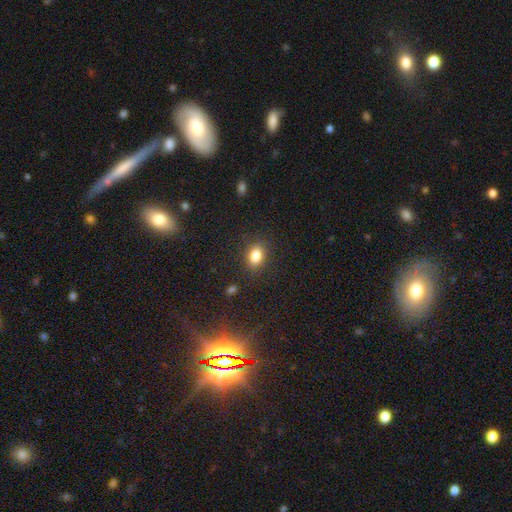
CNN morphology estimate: smooth 84%, star or artifact 10%, featured or disk 6%. Down the decision tree: how rounded — in between (68%); merging — none (85%).